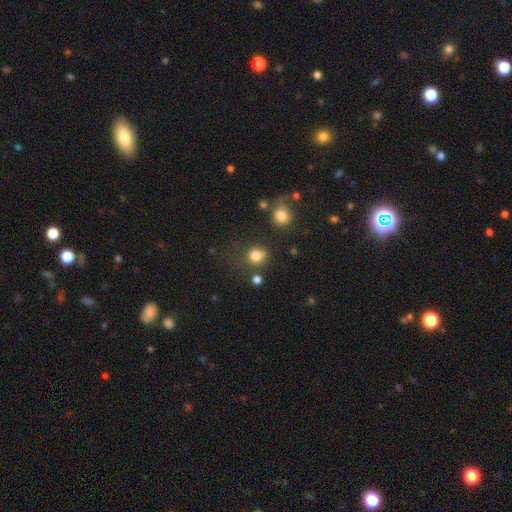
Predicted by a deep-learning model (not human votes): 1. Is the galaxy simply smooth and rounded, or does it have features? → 79% smooth, 14% star or artifact, 7% featured or disk.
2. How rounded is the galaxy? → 81% round, 18% in between, 1% cigar-shaped.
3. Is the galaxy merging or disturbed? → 61% none, 18% minor disturbance, 12% merger, 9% major disturbance.